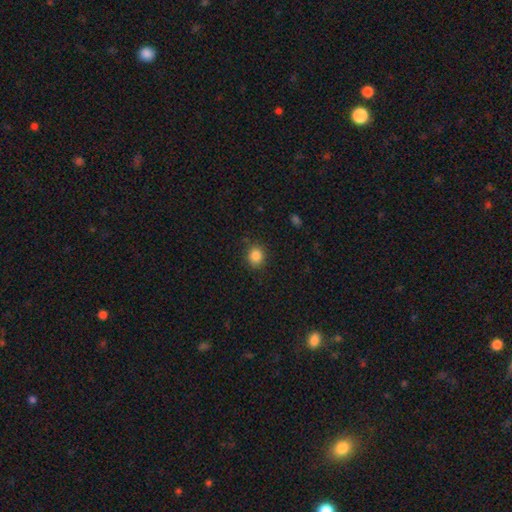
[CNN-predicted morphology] type=smooth (85%); roundness=round (76%); merging=none (86%).